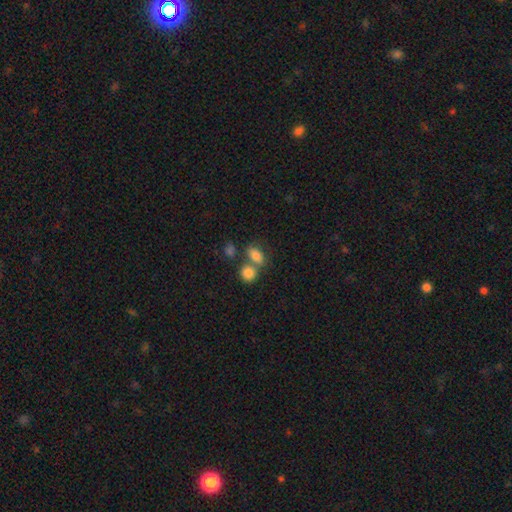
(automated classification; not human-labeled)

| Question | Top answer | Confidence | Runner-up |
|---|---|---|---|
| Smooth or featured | smooth | 82% | star or artifact (10%) |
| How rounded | in between | 77% | round (20%) |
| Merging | none | 44% | merger (40%) |